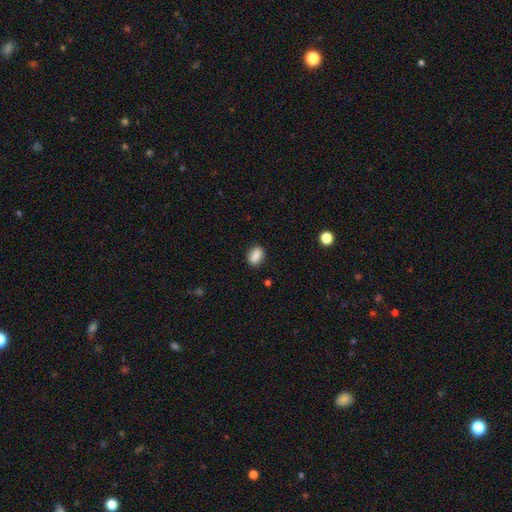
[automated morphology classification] The model was most divided on "how rounded": in between: 80%, round: 17%, cigar-shaped: 3%. More confident: smooth or featured — smooth (87%); merging — none (85%).